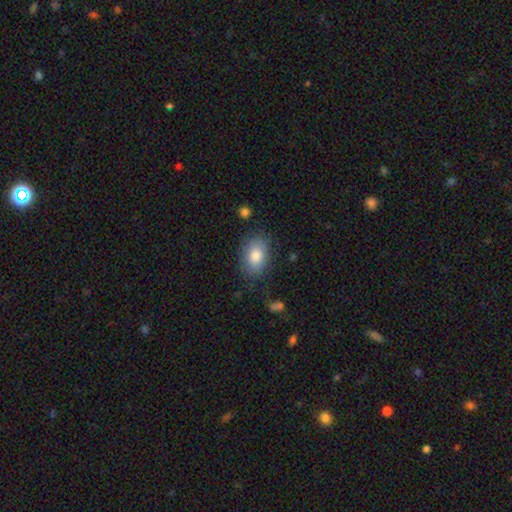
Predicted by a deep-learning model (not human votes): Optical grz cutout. It shows a smooth galaxy with no disk features (81%) that is in between round and cigar-shaped (83%). Merging: none (80%).